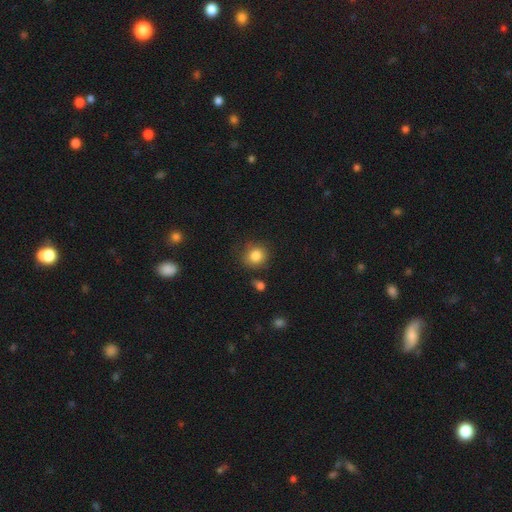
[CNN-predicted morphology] Smooth or featured?
  - smooth: 84% *
  - star or artifact: 10%
  - featured or disk: 6%
How rounded?
  - round: 82% *
  - in between: 17%
  - cigar-shaped: 1%
Merging?
  - none: 78% *
  - minor disturbance: 14%
  - major disturbance: 4%
  - merger: 4%